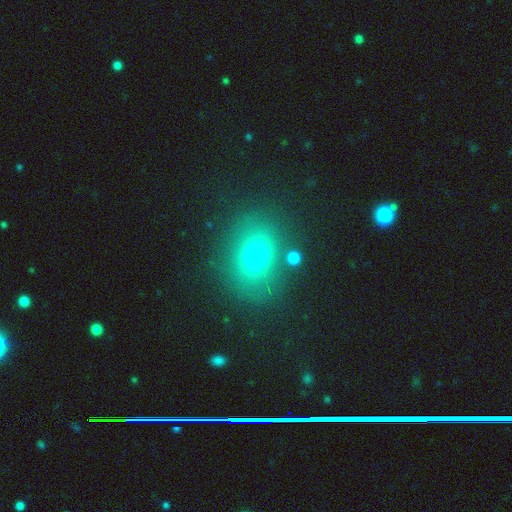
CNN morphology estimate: Smooth or featured? smooth (70%)
How rounded? round (50%)
Merging? none (79%)